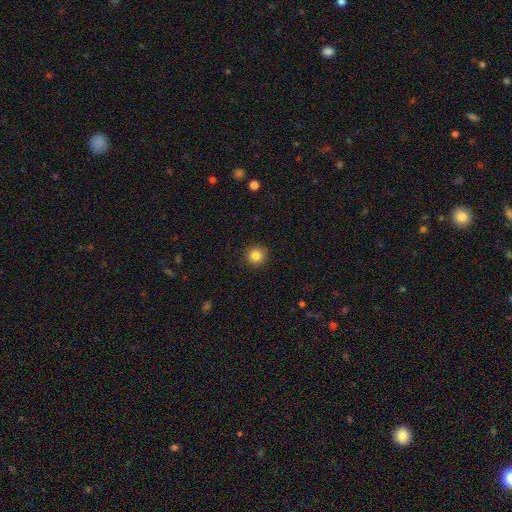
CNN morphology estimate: The model was most divided on "smooth or featured": smooth: 85%, star or artifact: 10%, featured or disk: 5%. More confident: how rounded — round (93%); merging — none (90%).